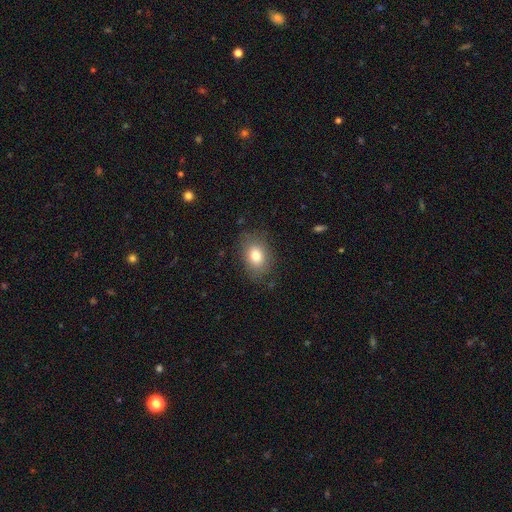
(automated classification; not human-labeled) Smooth or featured? Predicted: smooth (p=0.80). How rounded? Predicted: in between (p=0.73). Merging? Predicted: none (p=0.80).